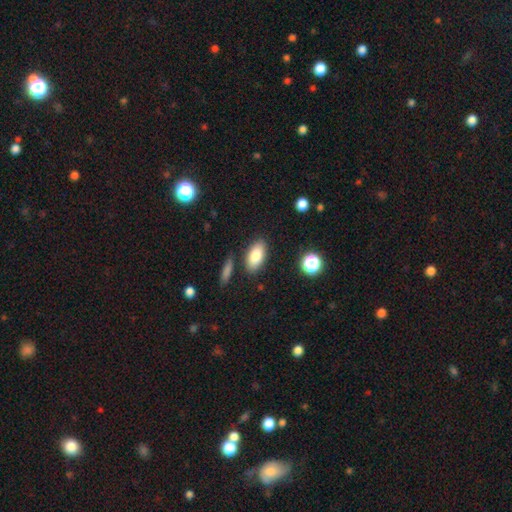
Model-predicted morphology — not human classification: Smooth or featured: smooth — 83% (featured or disk — 9%)
How rounded: in between — 89% (cigar-shaped — 6%)
Merging: none — 84% (minor disturbance — 10%)